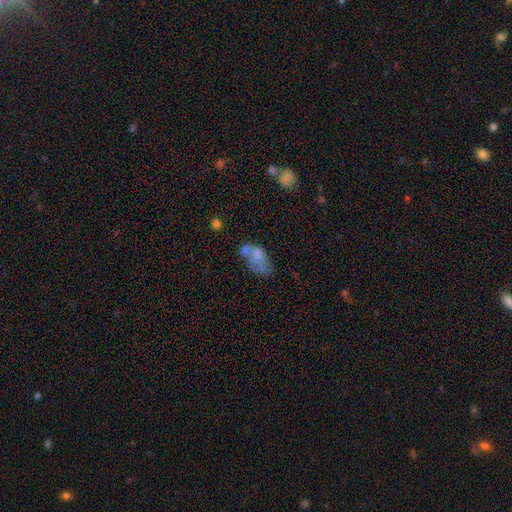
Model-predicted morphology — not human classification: This appears to be a smooth galaxy with no disk features (55%) that is in between round and cigar-shaped (90%). Merging: none (32%).